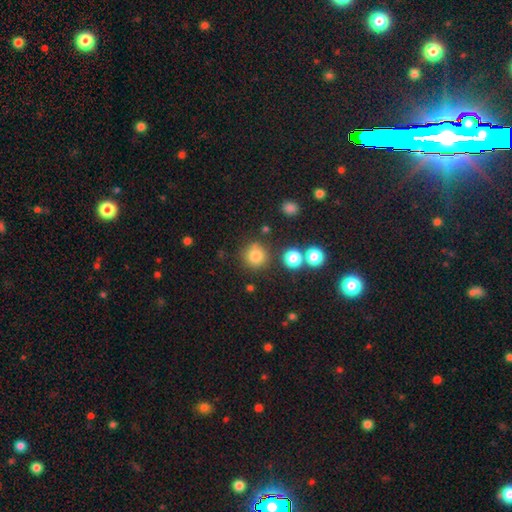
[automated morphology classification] Q: Smooth or featured?
A: smooth (80%); runner-up: star or artifact (14%)
Q: How rounded?
A: round (93%); runner-up: in between (6%)
Q: Merging?
A: none (78%); runner-up: minor disturbance (10%)